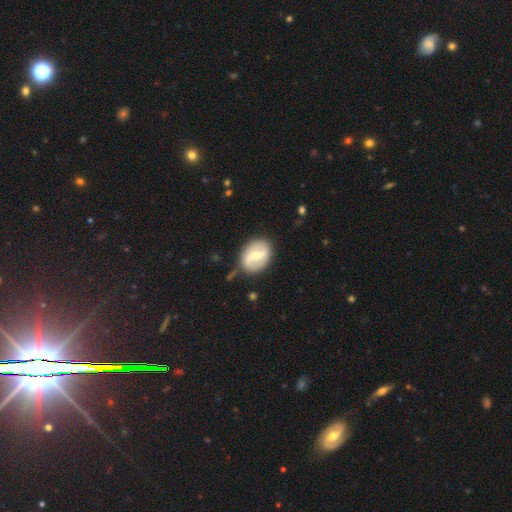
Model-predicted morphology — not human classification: The model was most divided on "bulge size": moderate: 48%, small: 41%, large: 5%, none: 5%, dominant: 1%. Remaining: edge-on disk — no (95%); merging — none (80%); spiral arms — yes (63%); smooth or featured — featured or disk (60%); bar — strong (48%).